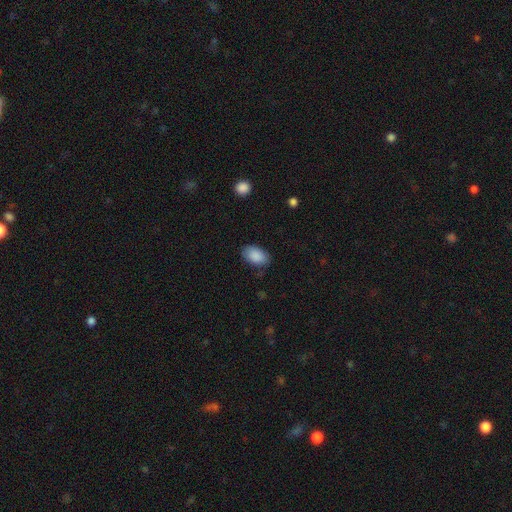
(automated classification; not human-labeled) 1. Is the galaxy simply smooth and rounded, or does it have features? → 89% smooth, 7% star or artifact, 4% featured or disk.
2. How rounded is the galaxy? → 91% in between, 7% round, 1% cigar-shaped.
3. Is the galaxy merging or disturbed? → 80% none, 15% minor disturbance, 4% major disturbance, 1% merger.